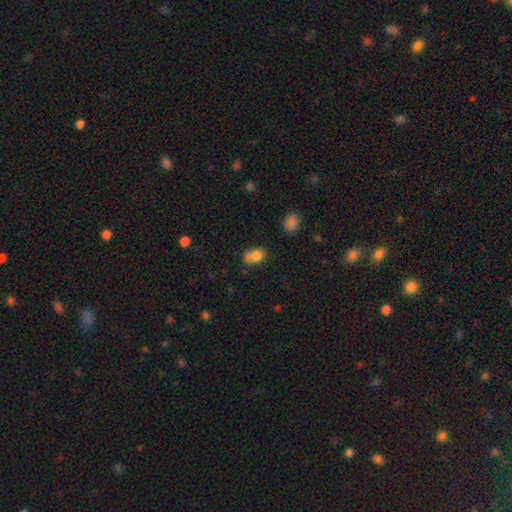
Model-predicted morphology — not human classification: smooth-or-featured: smooth: 80% | star or artifact: 10% | featured or disk: 10%
  how-rounded: in between: 76% | round: 23% | cigar-shaped: 1%
  merging: none: 47% | minor disturbance: 28% | merger: 15% | major disturbance: 10%